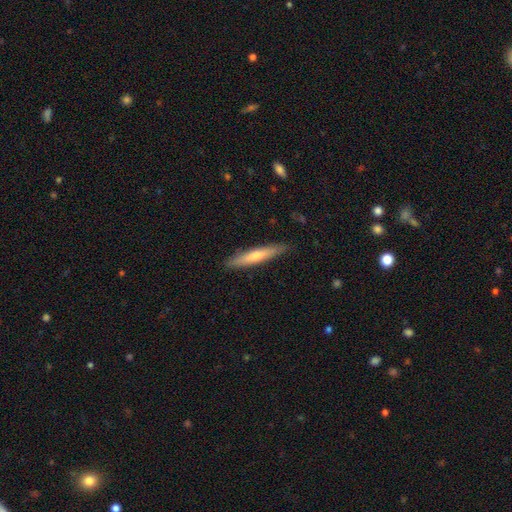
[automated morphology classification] Smooth or featured? Predicted: smooth (p=0.58). How rounded? Predicted: cigar-shaped (p=0.92). Merging? Predicted: none (p=0.88).